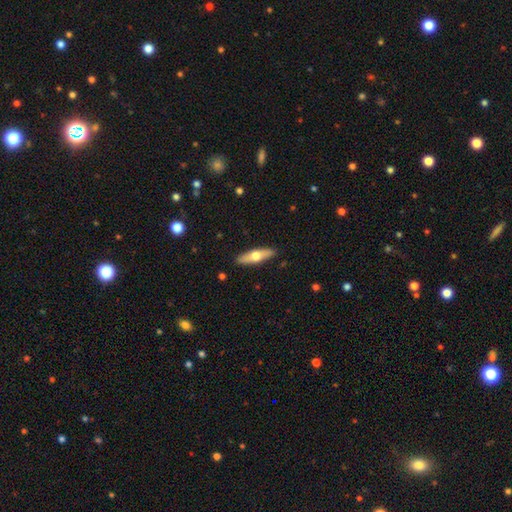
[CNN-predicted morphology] Overall: smooth (53%; featured or disk 42%). How rounded: cigar-shaped (61%; in between 37%). Merging: none (90%).